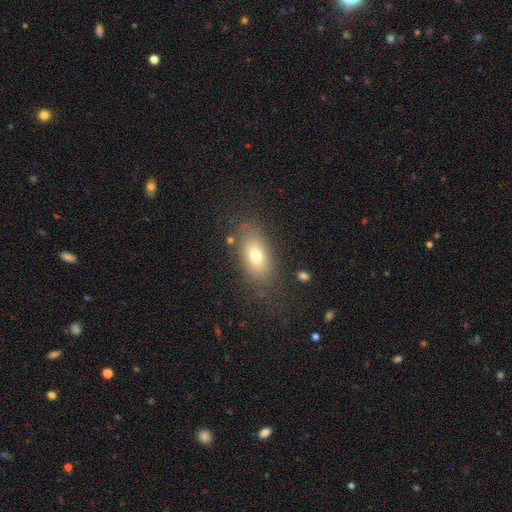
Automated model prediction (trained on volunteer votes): A smooth galaxy with no disk features (73%) that is in between round and cigar-shaped (85%). Merging: none (78%).